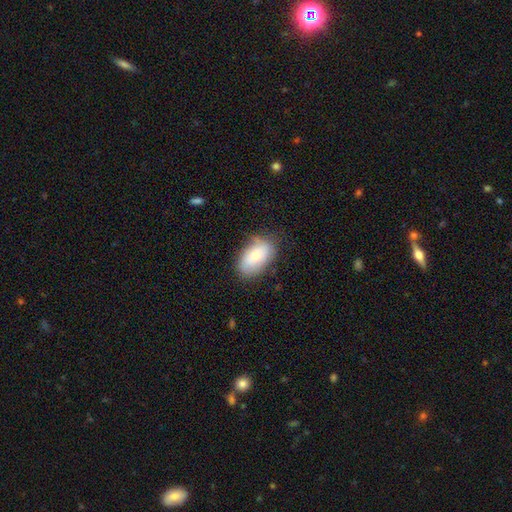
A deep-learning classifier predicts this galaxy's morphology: Overall: smooth (73%). How rounded: in between (92%). Merging: none (69%).